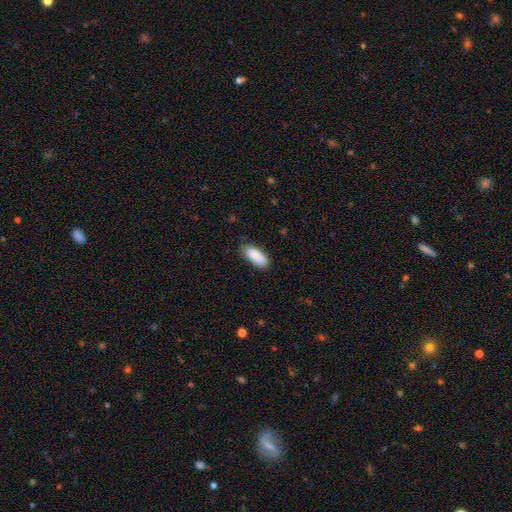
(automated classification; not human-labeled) Smooth or featured? Predicted: smooth (p=0.85). How rounded? Predicted: in between (p=0.81). Merging? Predicted: none (p=0.71).